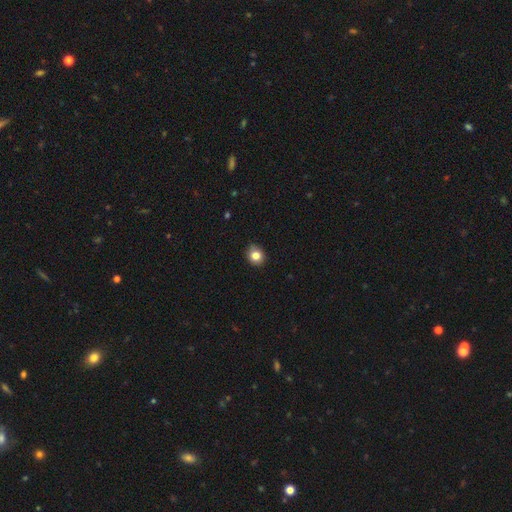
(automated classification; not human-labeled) Smooth or featured? smooth (82%)
How rounded? round (75%)
Merging? none (85%)